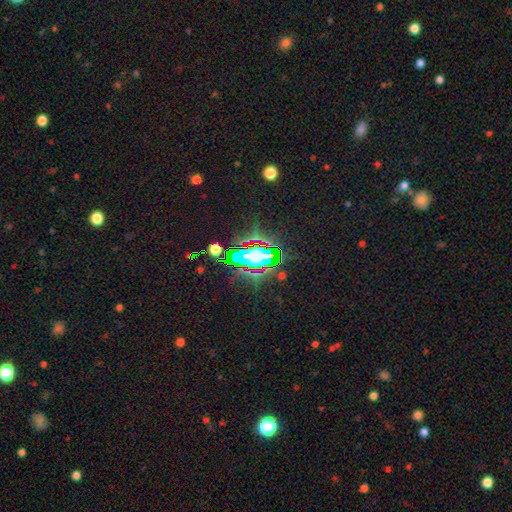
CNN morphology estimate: Q: Smooth or featured?
A: star or artifact (62%); runner-up: smooth (22%)